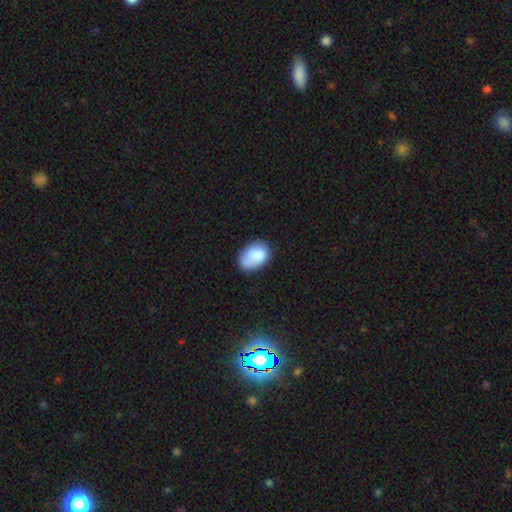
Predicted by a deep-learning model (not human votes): Smooth or featured?
  - smooth: 84% *
  - featured or disk: 8%
  - star or artifact: 7%
How rounded?
  - in between: 85% *
  - round: 14%
  - cigar-shaped: 1%
Merging?
  - none: 66% *
  - minor disturbance: 25%
  - major disturbance: 6%
  - merger: 3%